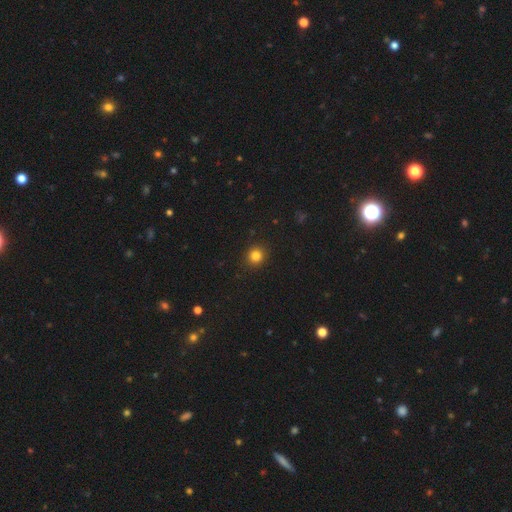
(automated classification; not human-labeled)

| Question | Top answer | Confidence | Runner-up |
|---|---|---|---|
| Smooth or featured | smooth | 83% | star or artifact (13%) |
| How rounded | round | 89% | in between (10%) |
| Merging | none | 91% | minor disturbance (6%) |